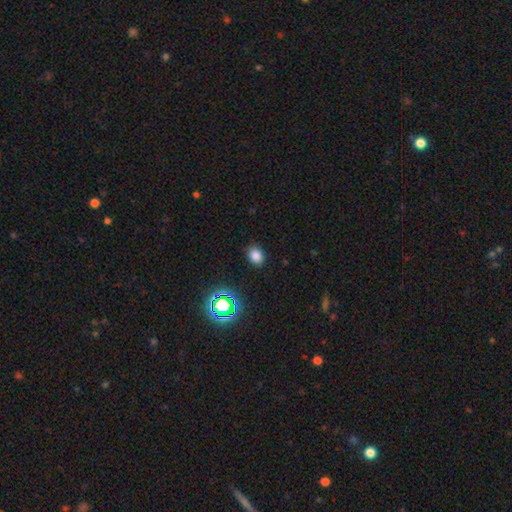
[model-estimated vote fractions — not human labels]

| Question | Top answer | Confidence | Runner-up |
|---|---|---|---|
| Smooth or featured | smooth | 78% | star or artifact (16%) |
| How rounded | in between | 53% | round (46%) |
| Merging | none | 86% | minor disturbance (10%) |